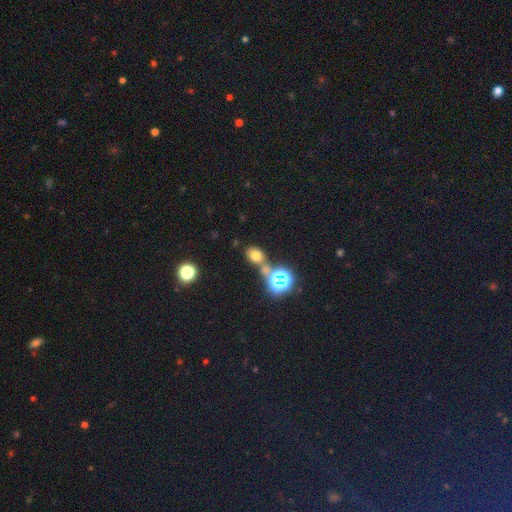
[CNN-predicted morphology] type=smooth (64%); roundness=in between (56%); merging=none (58%).